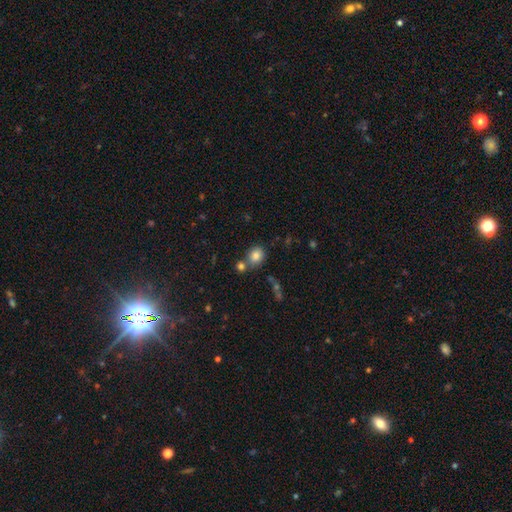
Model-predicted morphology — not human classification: This is clearly a smooth galaxy (82%). How rounded: likely round (61%). Merging: likely none (64%).